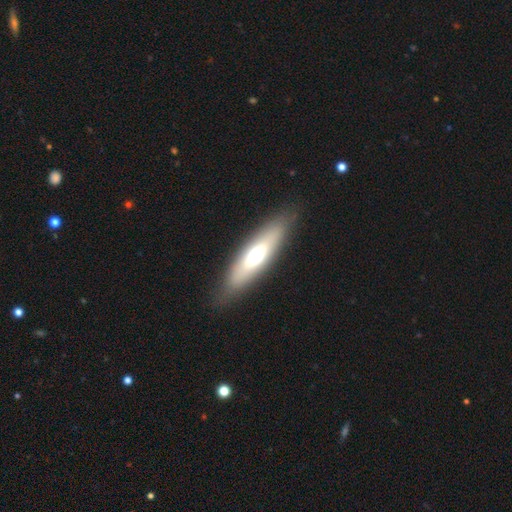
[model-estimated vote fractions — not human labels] Smooth or featured? Predicted: smooth (p=0.52). How rounded? Predicted: cigar-shaped (p=0.52). Merging? Predicted: none (p=0.86).